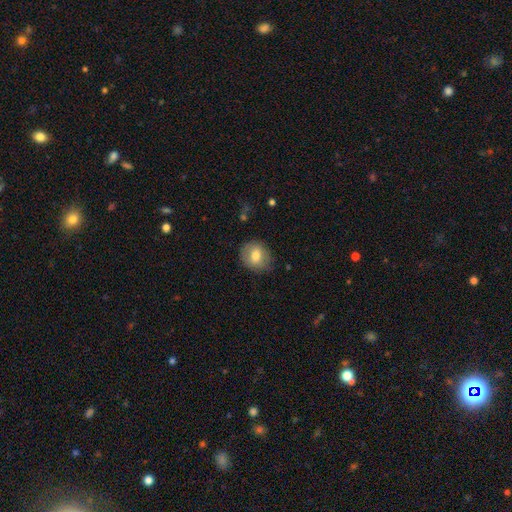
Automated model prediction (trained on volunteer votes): Smooth or featured? smooth (71%)
How rounded? round (73%)
Merging? none (78%)